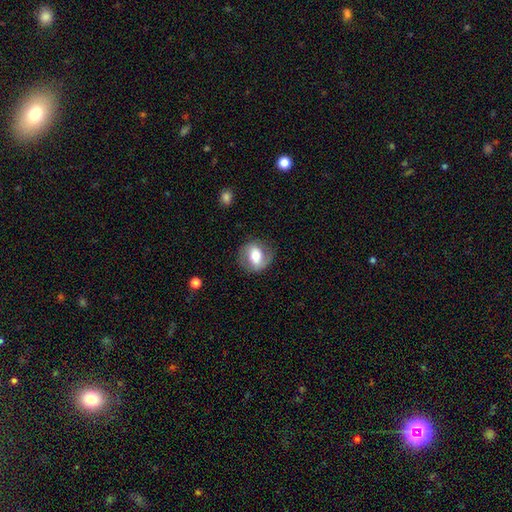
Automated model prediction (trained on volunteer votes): Smooth or featured? Predicted: smooth (p=0.49). Merging? Predicted: none (p=0.79).